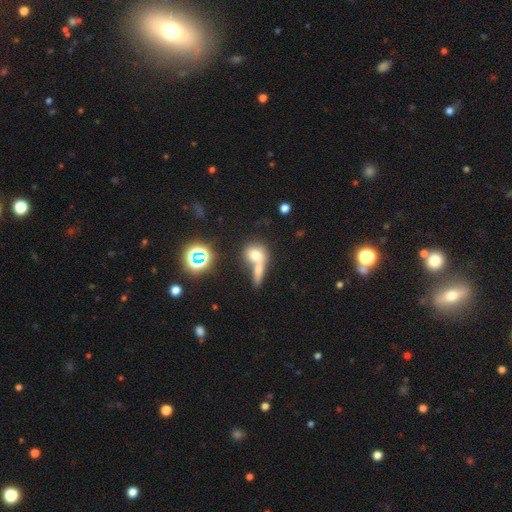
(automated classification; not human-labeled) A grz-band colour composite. It shows a smooth galaxy with no disk features (67%) that is round (54%). Merging: merger (60%).